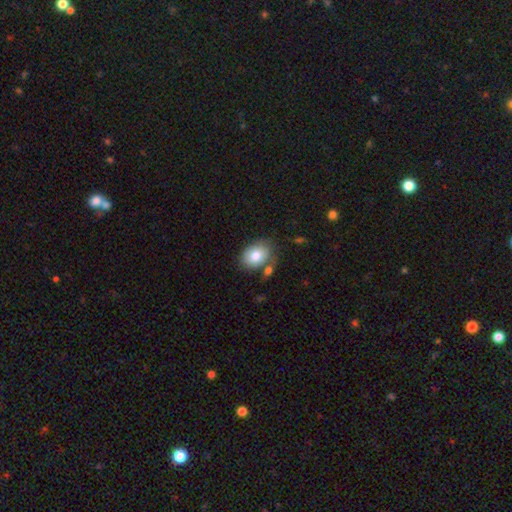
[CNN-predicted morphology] This appears to be a smooth galaxy with no disk features (82%) that is in between round and cigar-shaped (71%). Merging: none (65%).